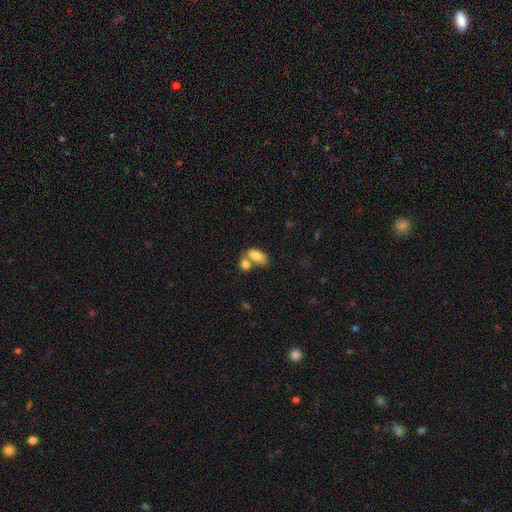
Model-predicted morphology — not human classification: The model was most divided on "merging": merger: 51%, none: 34%, minor disturbance: 10%, major disturbance: 5%. More confident: how rounded — in between (90%); smooth or featured — smooth (82%).